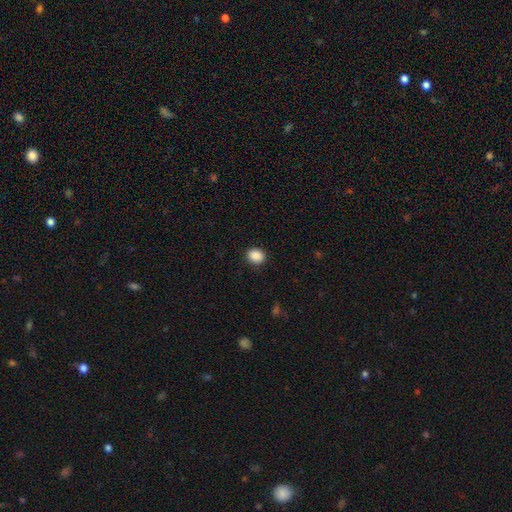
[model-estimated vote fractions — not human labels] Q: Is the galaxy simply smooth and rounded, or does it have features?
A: smooth — 89%.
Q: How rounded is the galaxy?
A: round — 59%.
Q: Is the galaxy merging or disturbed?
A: none — 89%.